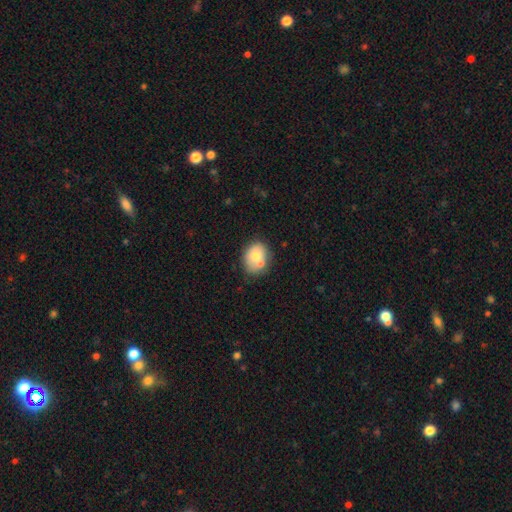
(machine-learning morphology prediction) Q: Smooth or featured?
A: smooth (70%); runner-up: featured or disk (22%)
Q: How rounded?
A: round (51%); runner-up: in between (48%)
Q: Merging?
A: none (54%); runner-up: merger (24%)